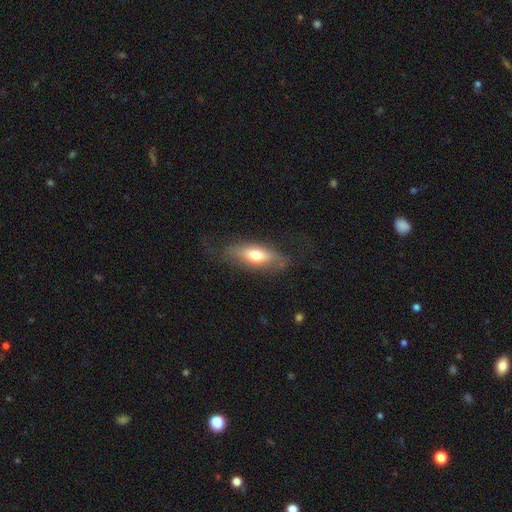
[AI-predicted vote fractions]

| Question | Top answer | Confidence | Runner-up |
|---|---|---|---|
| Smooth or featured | smooth | 64% | featured or disk (29%) |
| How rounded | in between | 69% | cigar-shaped (27%) |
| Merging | none | 68% | minor disturbance (21%) |